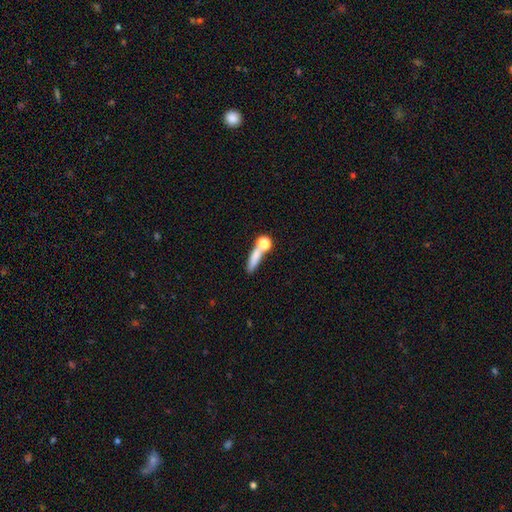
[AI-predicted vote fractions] Morphology: type=smooth (71%); roundness=cigar-shaped (53%); merging=none (53%).